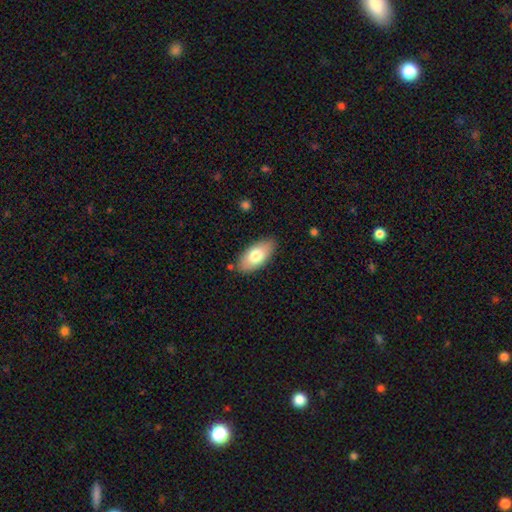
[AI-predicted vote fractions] smooth-or-featured: smooth: 74% | featured or disk: 20% | star or artifact: 6%
  how-rounded: in between: 92% | cigar-shaped: 5% | round: 2%
  merging: none: 85% | minor disturbance: 11% | major disturbance: 2% | merger: 2%